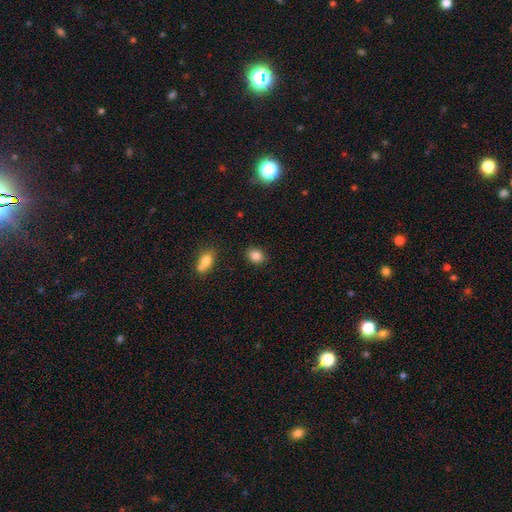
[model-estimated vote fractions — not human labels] Smooth or featured?
  - smooth: 85% *
  - star or artifact: 10%
  - featured or disk: 5%
How rounded?
  - in between: 51% *
  - round: 47%
  - cigar-shaped: 1%
Merging?
  - none: 87% *
  - minor disturbance: 9%
  - major disturbance: 2%
  - merger: 2%